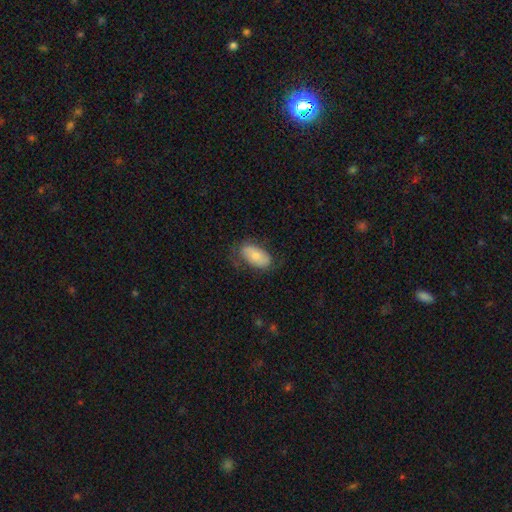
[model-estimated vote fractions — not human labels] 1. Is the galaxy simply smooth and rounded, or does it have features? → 74% smooth, 20% featured or disk, 6% star or artifact.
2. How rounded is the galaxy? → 94% in between, 4% round, 3% cigar-shaped.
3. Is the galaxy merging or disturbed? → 67% none, 23% minor disturbance, 9% major disturbance, 1% merger.